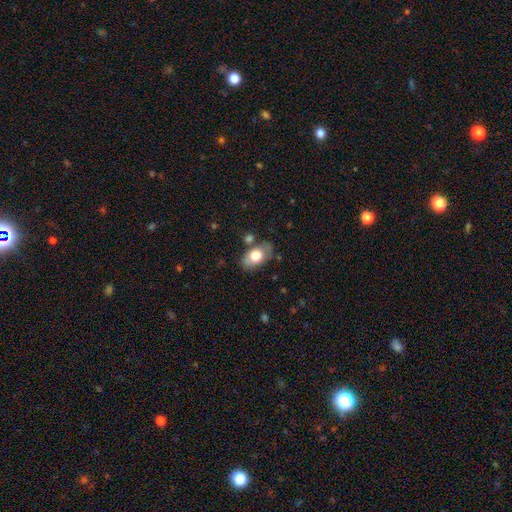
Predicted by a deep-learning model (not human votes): Smooth or featured: smooth — 70% (featured or disk — 24%)
How rounded: in between — 90% (round — 9%)
Merging: none — 73% (minor disturbance — 17%)